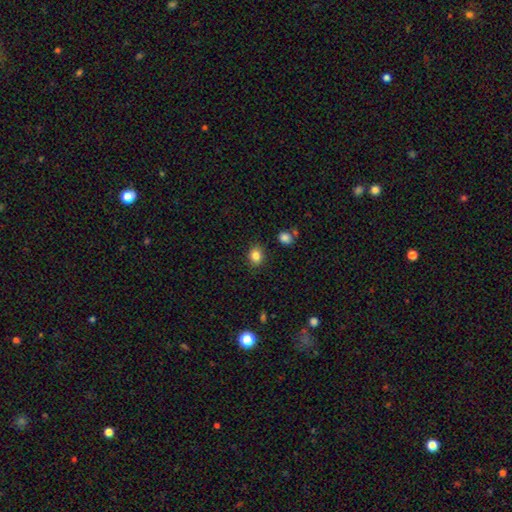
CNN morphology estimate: The model was most divided on "how rounded": round: 59%, in between: 40%, cigar-shaped: 1%. More confident: merging — none (85%); smooth or featured — smooth (84%).